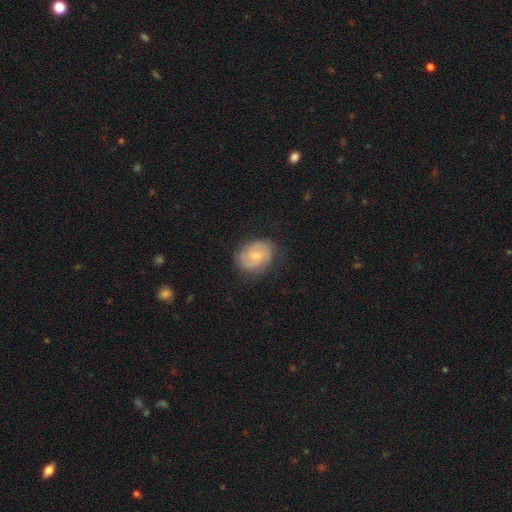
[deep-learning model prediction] This is likely a featured or disk galaxy (73%). It is clearly not viewed edge-on (98%). Bar: possibly no (53%). Spiral arm pattern: clearly yes (94%). Spiral arm count: possibly 2 (54%). Spiral winding: possibly tight (57%). Central bulge: likely small (61%). Merging: likely none (78%).